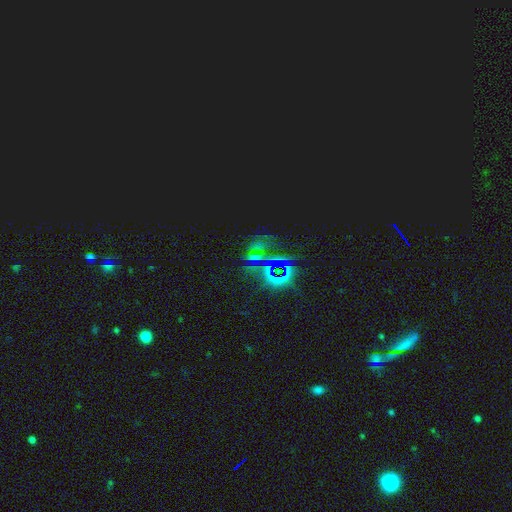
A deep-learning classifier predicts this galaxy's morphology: A star or artifact, not a galaxy (76%).